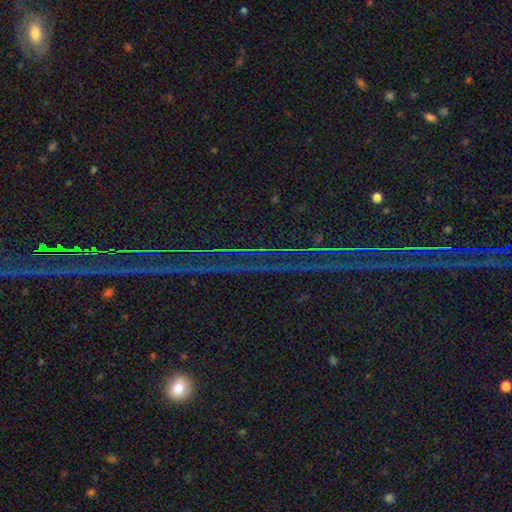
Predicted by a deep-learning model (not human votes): The model was most divided on "smooth or featured": star or artifact: 87%, smooth: 7%, featured or disk: 6%.